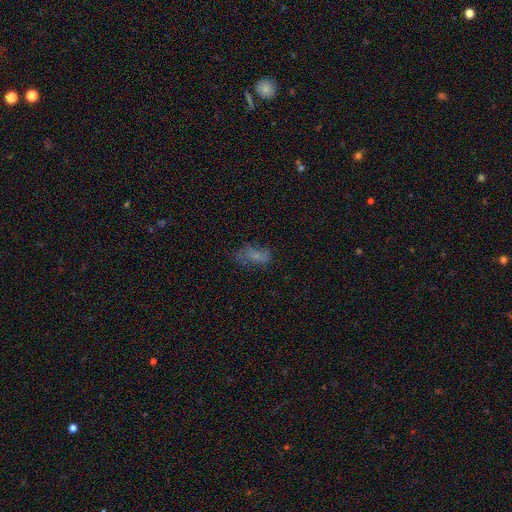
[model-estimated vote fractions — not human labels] A smooth galaxy with no disk features (60%) that is in between round and cigar-shaped (83%).

Vote fractions:
- Smooth or featured? smooth: 60% / featured or disk: 23% / star or artifact: 16%
- How rounded? in between: 83% / cigar-shaped: 11% / round: 6%
- Merging? none: 53% / minor disturbance: 27% / major disturbance: 18% / merger: 3%